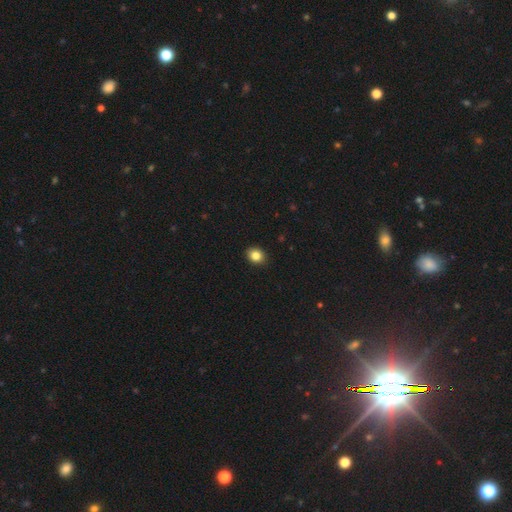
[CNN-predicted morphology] A smooth galaxy with no disk features (85%) that is round (61%). Merging: none (91%).